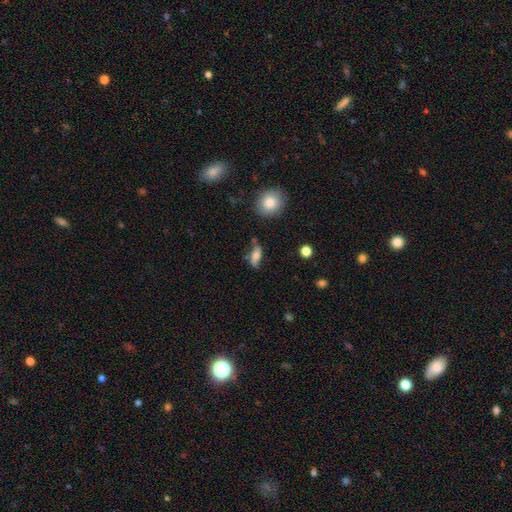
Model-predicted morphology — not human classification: Smooth or featured: smooth — 59% (featured or disk — 32%)
How rounded: in between — 68% (cigar-shaped — 25%)
Merging: none — 65% (minor disturbance — 21%)